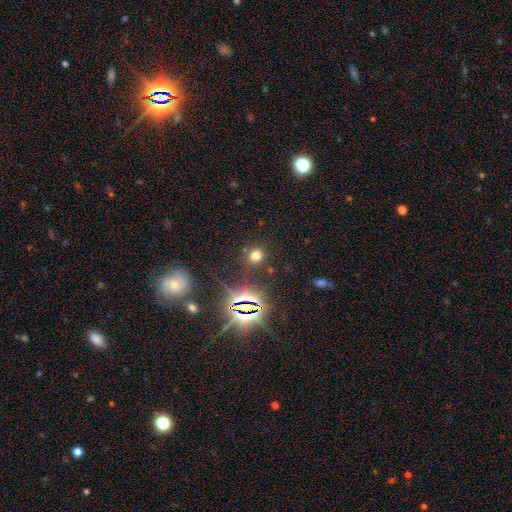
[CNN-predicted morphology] type=smooth (63%); roundness=round (89%); merging=none (86%).